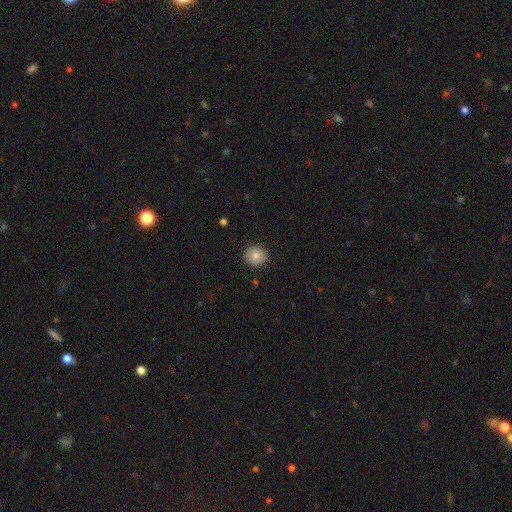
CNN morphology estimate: type=smooth (82%); roundness=round (87%); merging=none (90%).